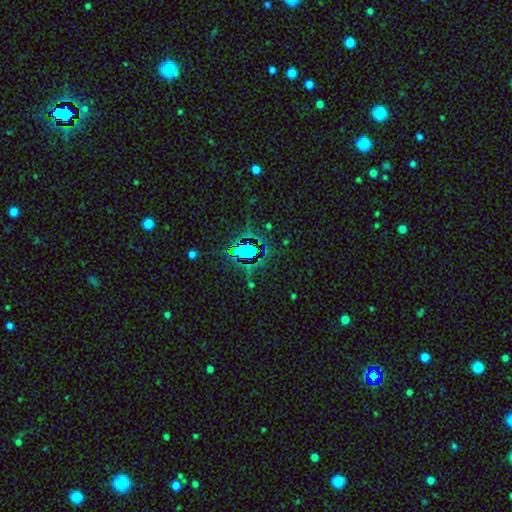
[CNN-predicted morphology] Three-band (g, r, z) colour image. It shows a star or artifact, not a galaxy (70%).